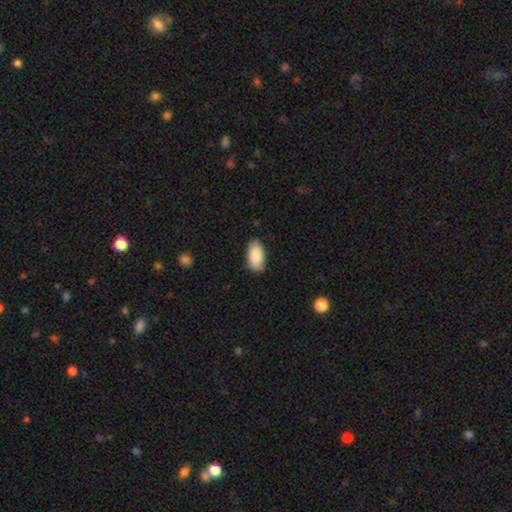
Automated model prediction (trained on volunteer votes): The model was most divided on "merging": none: 82%, minor disturbance: 15%, major disturbance: 2%, merger: 1%. More confident: how rounded — in between (94%); smooth or featured — smooth (89%).